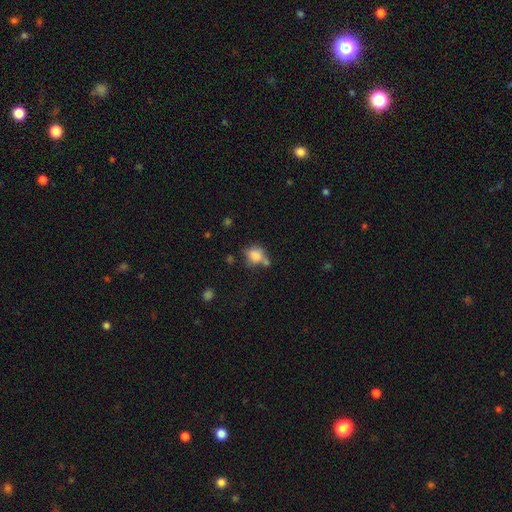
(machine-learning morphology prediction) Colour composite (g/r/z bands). It shows a smooth galaxy with no disk features (78%) that is round (64%). Merging: none (44%).